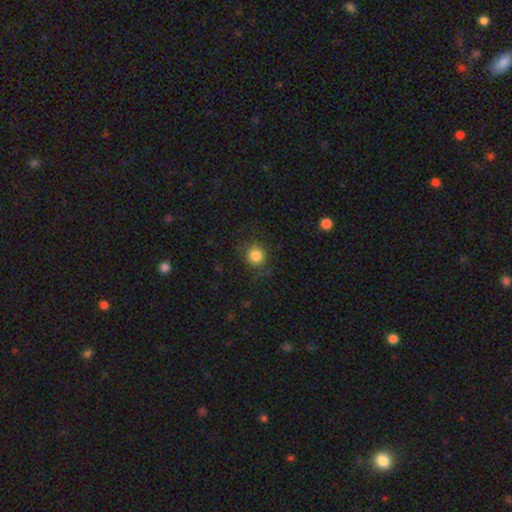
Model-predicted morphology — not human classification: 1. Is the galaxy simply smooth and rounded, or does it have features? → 84% smooth, 11% star or artifact, 5% featured or disk.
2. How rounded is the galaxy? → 90% round, 9% in between, 1% cigar-shaped.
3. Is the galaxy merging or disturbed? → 83% none, 12% minor disturbance, 4% major disturbance, 1% merger.